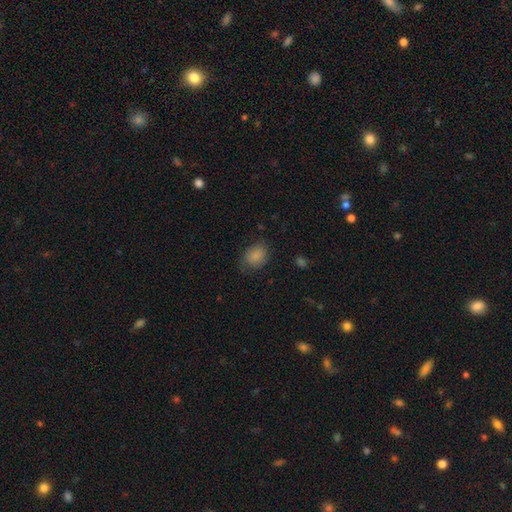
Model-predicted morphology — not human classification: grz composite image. It shows a smooth galaxy with no disk features (84%) that is in between round and cigar-shaped (59%). Merging: none (68%).